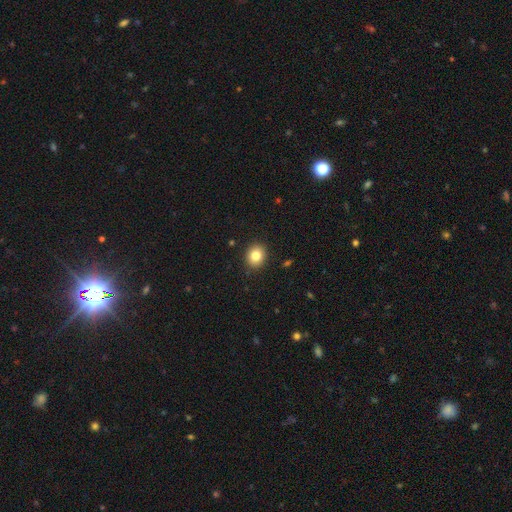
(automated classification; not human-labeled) Morphology: type=smooth (83%); roundness=round (68%); merging=none (91%).